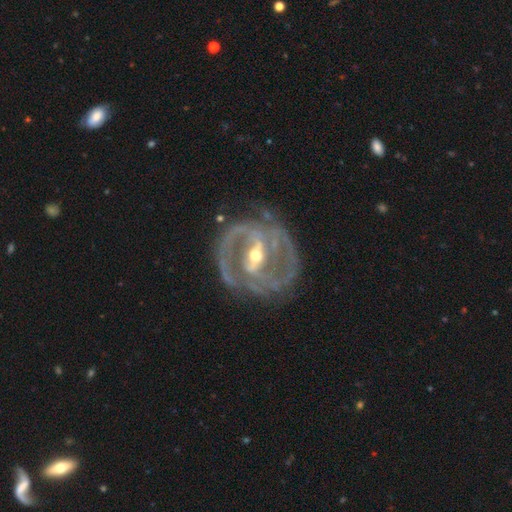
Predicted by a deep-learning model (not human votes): Smooth or featured: featured or disk — 89% (smooth — 5%)
Edge-on disk: no — 96% (yes — 4%)
Bar: strong — 57% (weak — 32%)
Spiral arms: yes — 92% (no — 8%)
Spiral winding: tight — 50% (medium — 39%)
Spiral arm count: 2 — 60% (can't tell — 16%)
Bulge size: moderate — 57% (small — 39%)
Merging: none — 69% (minor disturbance — 18%)